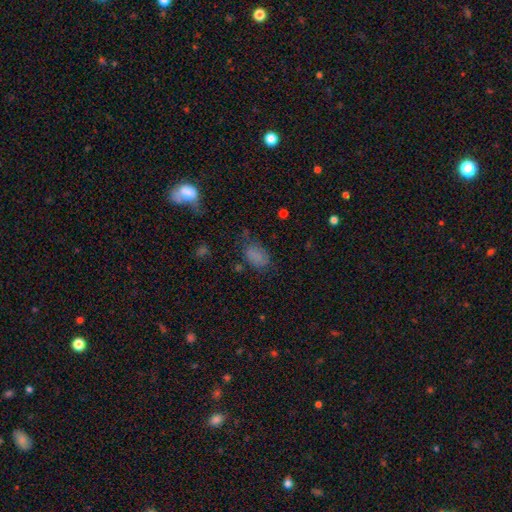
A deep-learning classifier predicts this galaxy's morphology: Smooth or featured?
  - smooth: 78% *
  - star or artifact: 14%
  - featured or disk: 8%
How rounded?
  - in between: 89% *
  - round: 10%
  - cigar-shaped: 2%
Merging?
  - none: 65% *
  - minor disturbance: 23%
  - major disturbance: 9%
  - merger: 3%